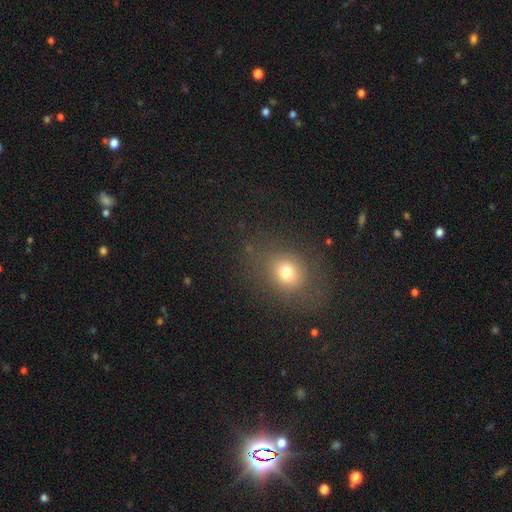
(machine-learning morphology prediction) Smooth or featured? Predicted: smooth (p=0.63). How rounded? Predicted: round (p=0.56). Merging? Predicted: none (p=0.84).